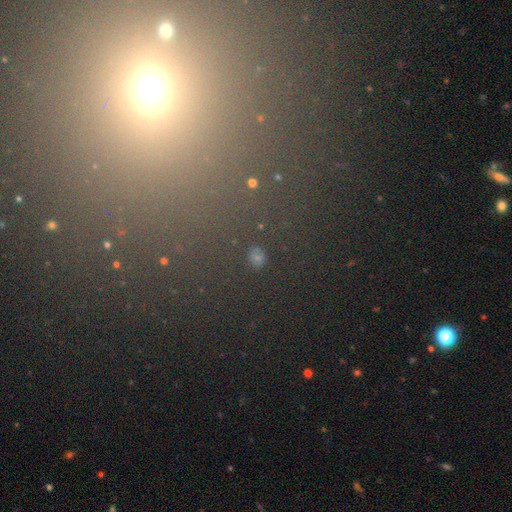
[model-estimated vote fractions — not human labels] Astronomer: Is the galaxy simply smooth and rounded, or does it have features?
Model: star or artifact — 49% (runner-up: smooth, 43%).